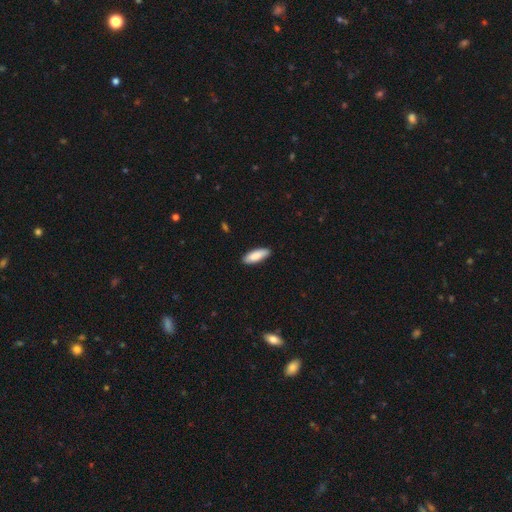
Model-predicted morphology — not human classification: Smooth or featured: smooth — 87% (featured or disk — 7%)
How rounded: in between — 66% (cigar-shaped — 33%)
Merging: none — 88% (minor disturbance — 9%)